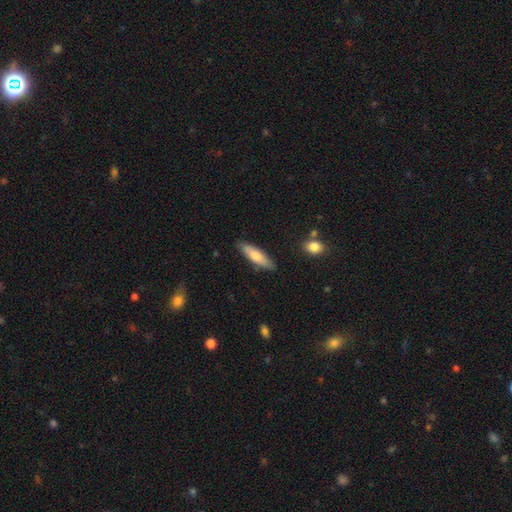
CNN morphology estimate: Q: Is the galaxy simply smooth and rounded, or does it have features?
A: smooth — 70%.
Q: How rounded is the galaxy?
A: cigar-shaped — 69%.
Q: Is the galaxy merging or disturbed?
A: none — 85%.